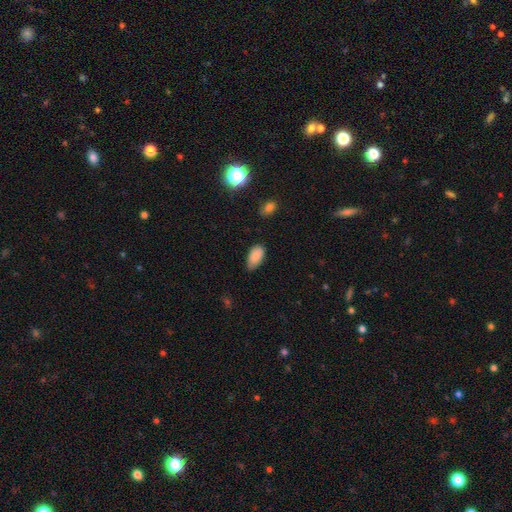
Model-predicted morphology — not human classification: Smooth or featured: smooth — 85% (star or artifact — 8%)
How rounded: in between — 94% (round — 3%)
Merging: none — 68% (minor disturbance — 27%)